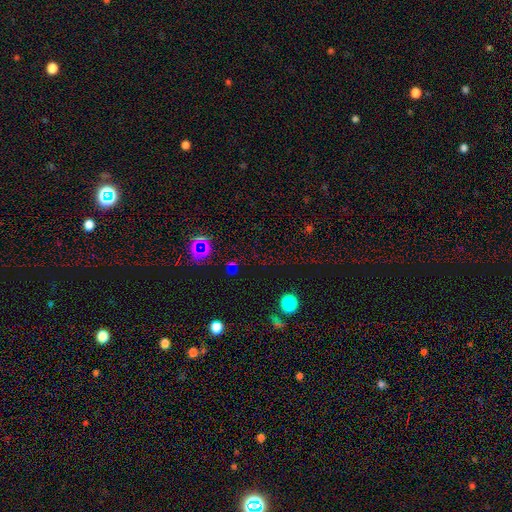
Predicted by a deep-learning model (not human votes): This appears to be a star or artifact, not a galaxy (61%).